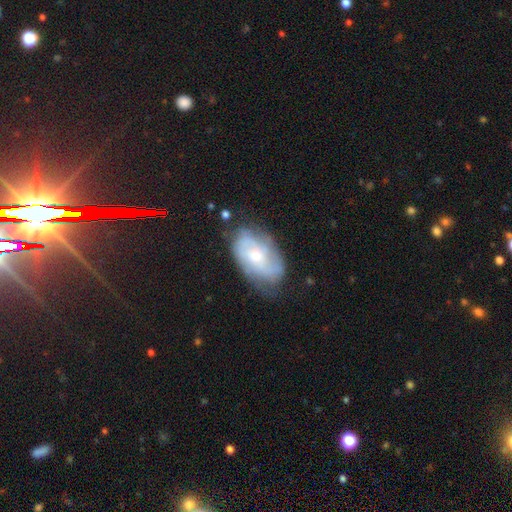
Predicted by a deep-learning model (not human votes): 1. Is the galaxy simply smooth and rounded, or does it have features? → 64% featured or disk, 29% smooth, 7% star or artifact.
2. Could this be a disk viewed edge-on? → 95% no, 5% yes.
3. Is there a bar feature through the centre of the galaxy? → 75% no, 21% weak, 4% strong.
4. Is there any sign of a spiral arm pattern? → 78% yes, 22% no.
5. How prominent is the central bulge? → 56% small, 39% moderate, 3% large, 2% none, 1% dominant.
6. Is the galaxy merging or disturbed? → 61% none, 27% minor disturbance, 11% major disturbance, 2% merger.